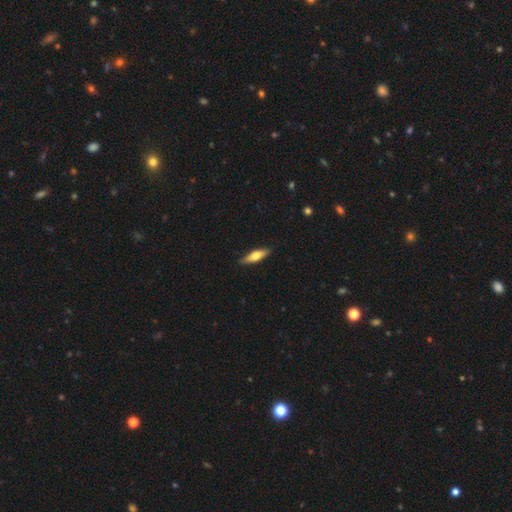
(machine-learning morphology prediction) A smooth galaxy with no disk features (58%) that is cigar-shaped (61%). Merging: none (88%).